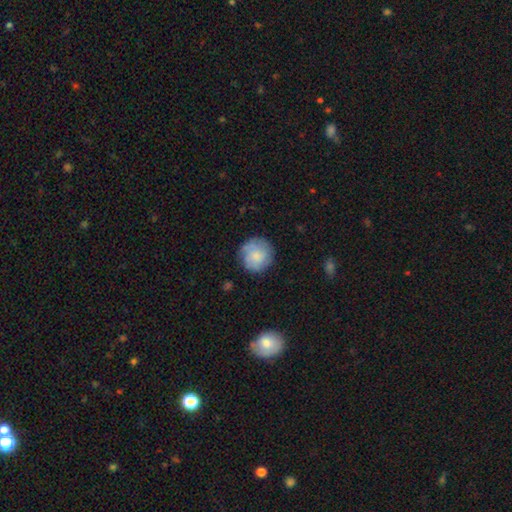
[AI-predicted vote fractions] Smooth or featured? smooth (62%)
How rounded? round (92%)
Merging? none (78%)